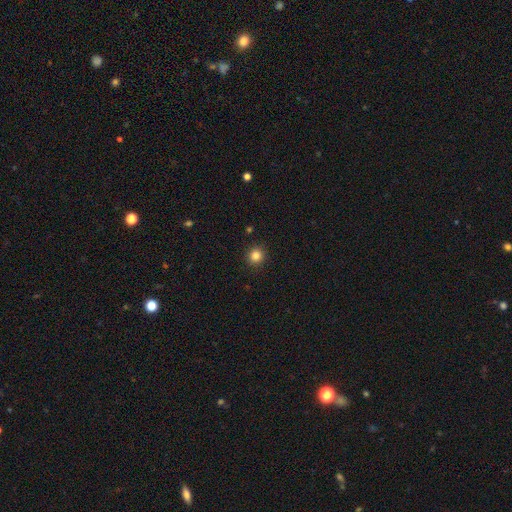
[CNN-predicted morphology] This appears to be a smooth galaxy with no disk features (84%) that is round (93%). Merging: none (91%).